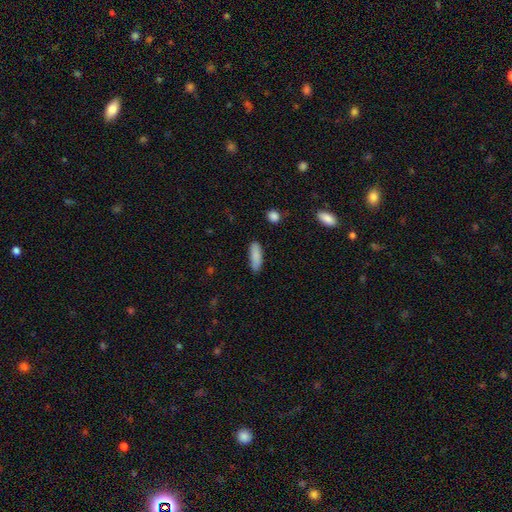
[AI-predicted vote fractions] Q: Smooth or featured?
A: smooth (88%); runner-up: star or artifact (6%)
Q: How rounded?
A: in between (51%); runner-up: cigar-shaped (47%)
Q: Merging?
A: none (84%); runner-up: minor disturbance (12%)